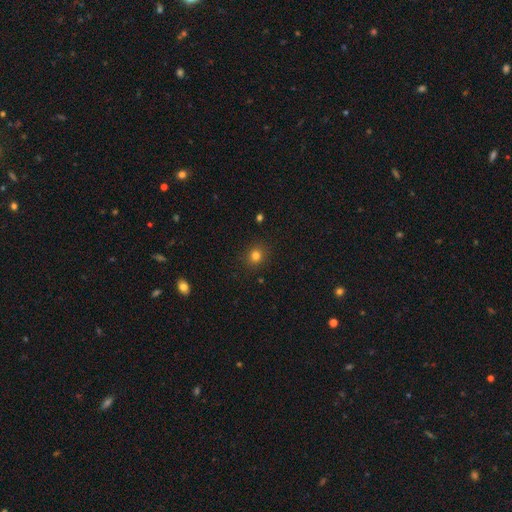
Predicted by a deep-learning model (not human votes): Smooth or featured? smooth (80%)
How rounded? round (80%)
Merging? none (89%)